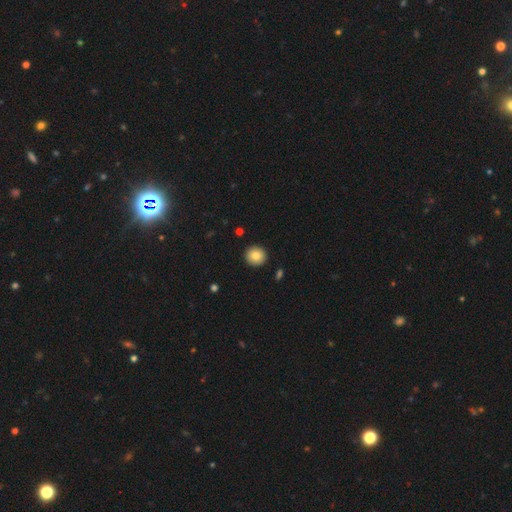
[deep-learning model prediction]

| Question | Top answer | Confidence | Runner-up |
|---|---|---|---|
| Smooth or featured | smooth | 86% | star or artifact (8%) |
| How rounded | round | 92% | in between (7%) |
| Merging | none | 92% | minor disturbance (5%) |